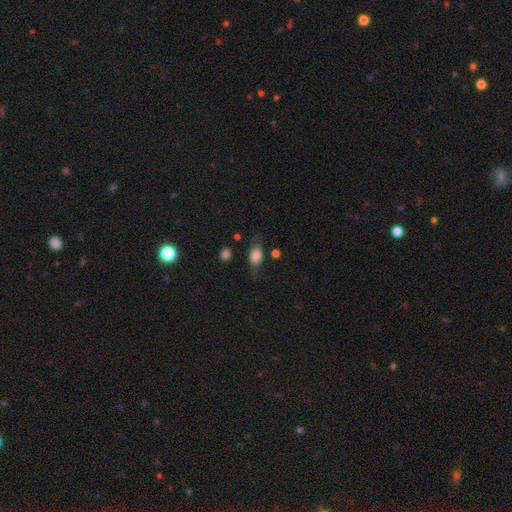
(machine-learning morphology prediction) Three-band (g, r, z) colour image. It shows a smooth galaxy with no disk features (68%) that is in between round and cigar-shaped (79%). Merging: none (62%).